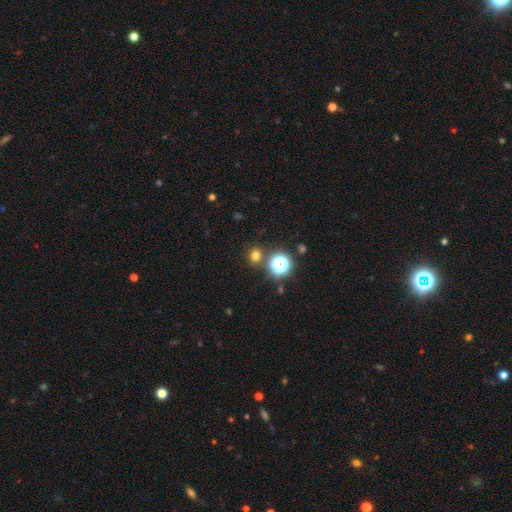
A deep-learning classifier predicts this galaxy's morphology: A smooth galaxy with no disk features (70%) that is round (81%). Merging: none (82%).